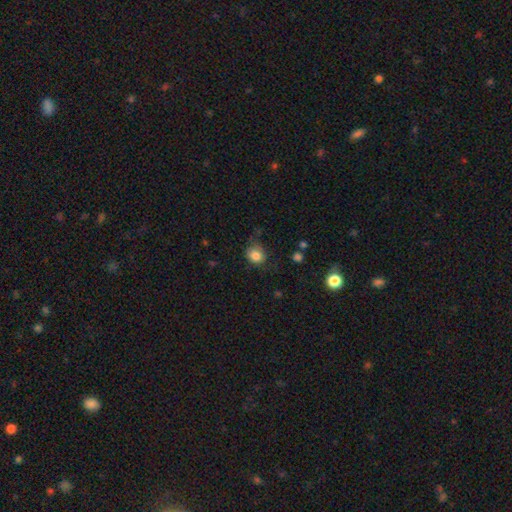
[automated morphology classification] Smooth or featured: smooth — 84% (star or artifact — 10%)
How rounded: round — 70% (in between — 30%)
Merging: none — 61% (minor disturbance — 26%)